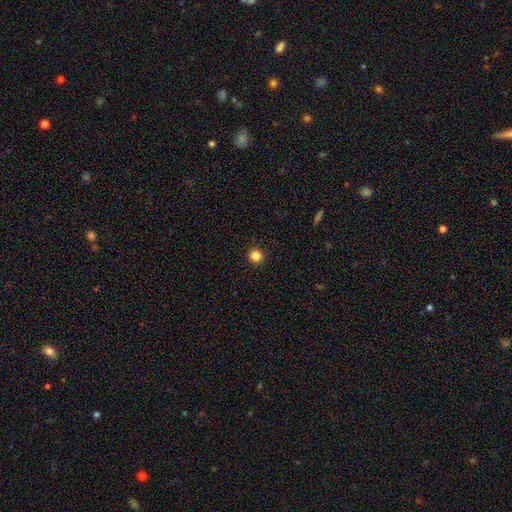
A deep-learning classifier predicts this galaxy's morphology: type=smooth (85%); roundness=round (95%); merging=none (93%).